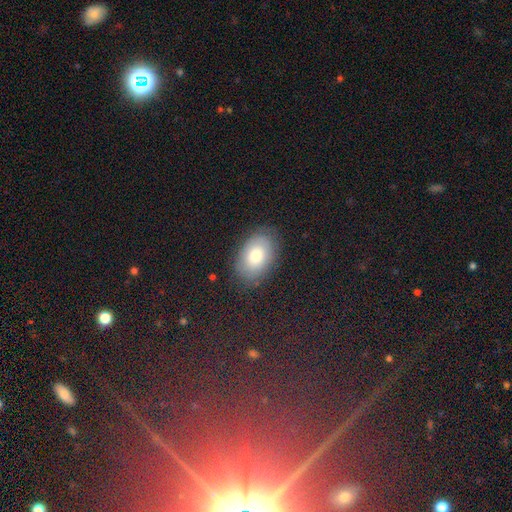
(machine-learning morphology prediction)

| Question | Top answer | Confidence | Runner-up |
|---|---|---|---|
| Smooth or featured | smooth | 73% | featured or disk (17%) |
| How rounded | in between | 88% | round (10%) |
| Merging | none | 84% | minor disturbance (12%) |